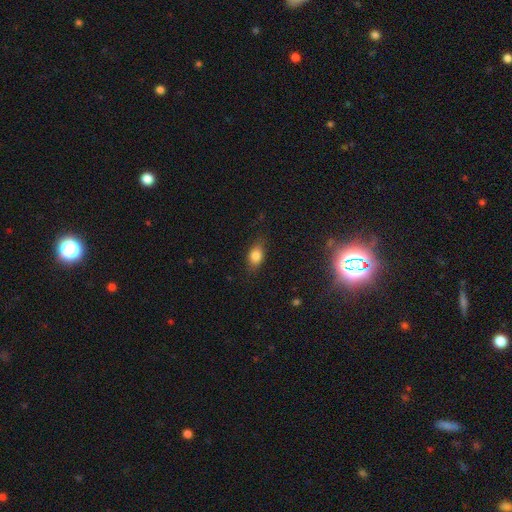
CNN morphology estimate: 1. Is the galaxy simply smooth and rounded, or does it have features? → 81% smooth, 10% star or artifact, 9% featured or disk.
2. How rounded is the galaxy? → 79% in between, 16% round, 5% cigar-shaped.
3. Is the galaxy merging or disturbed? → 78% none, 16% minor disturbance, 4% major disturbance, 1% merger.